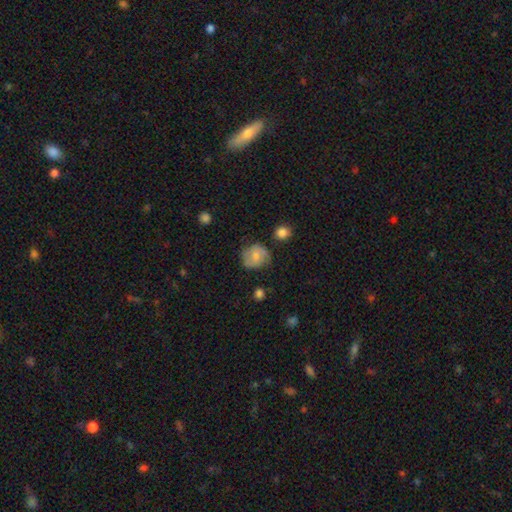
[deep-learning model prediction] Smooth or featured: smooth — 57% (featured or disk — 35%)
How rounded: round — 79% (in between — 20%)
Merging: none — 65% (minor disturbance — 25%)